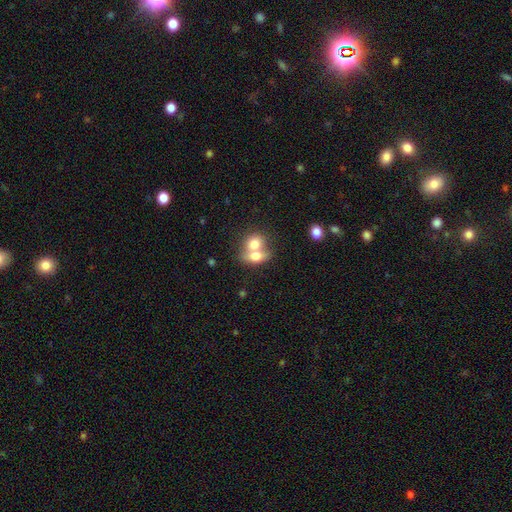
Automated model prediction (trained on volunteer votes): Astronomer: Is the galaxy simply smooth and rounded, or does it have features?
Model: smooth — 72%.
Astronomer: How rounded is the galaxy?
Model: in between — 64%.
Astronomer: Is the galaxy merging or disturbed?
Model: merger — 73%.